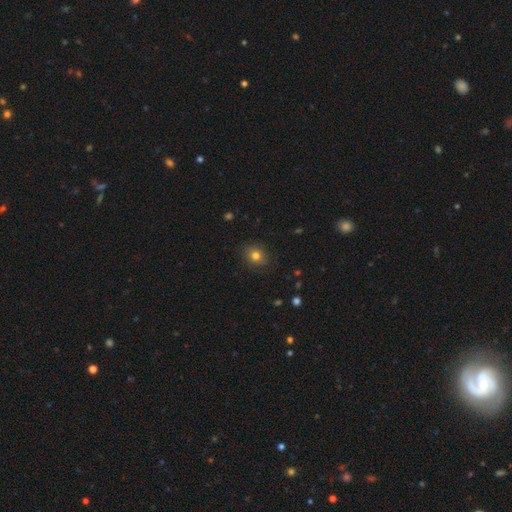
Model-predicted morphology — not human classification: smooth_or_featured: smooth (p=0.78) [alt: star or artifact p=0.13]
how_rounded: round (p=0.63) [alt: in between p=0.36]
merging: none (p=0.86) [alt: minor disturbance p=0.10]